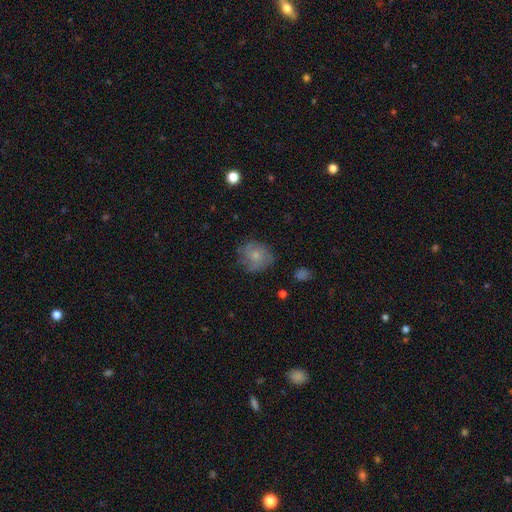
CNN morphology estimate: type=smooth (63%); roundness=round (75%); merging=none (68%).